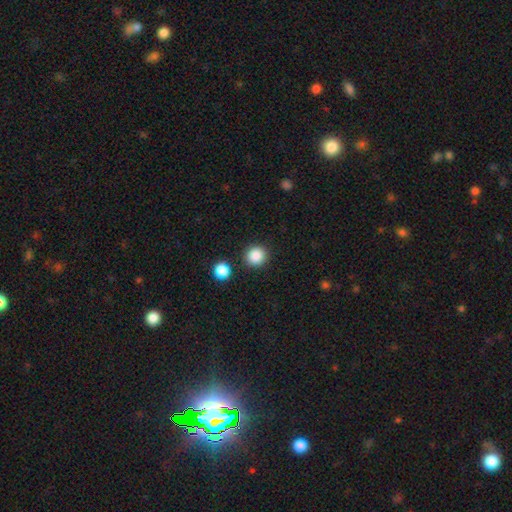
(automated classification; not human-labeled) The model was most divided on "smooth or featured": smooth: 86%, star or artifact: 11%, featured or disk: 3%. More confident: how rounded — round (92%); merging — none (88%).